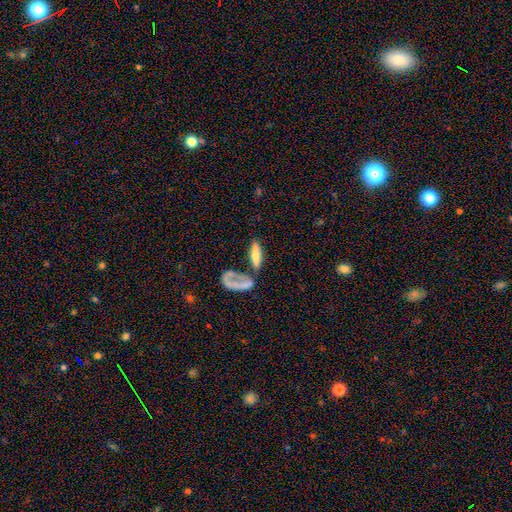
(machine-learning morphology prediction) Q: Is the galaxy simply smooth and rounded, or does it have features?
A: smooth — 57%.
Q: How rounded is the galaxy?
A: cigar-shaped — 49%.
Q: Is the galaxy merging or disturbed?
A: none — 40%.